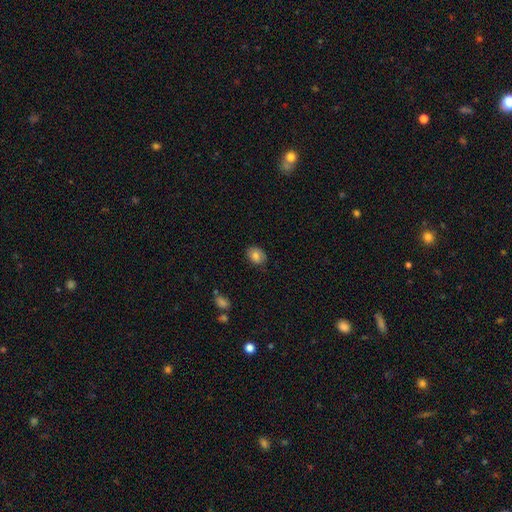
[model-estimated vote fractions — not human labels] Smooth or featured: smooth — 80% (featured or disk — 11%)
How rounded: in between — 54% (round — 45%)
Merging: none — 82% (minor disturbance — 14%)